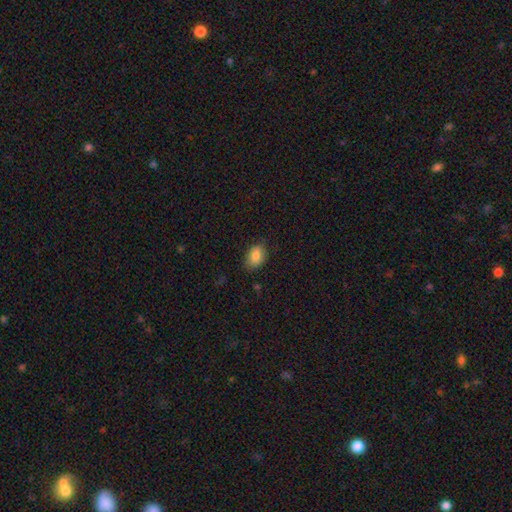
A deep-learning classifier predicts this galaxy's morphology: Smooth or featured? smooth (85%)
How rounded? in between (85%)
Merging? none (78%)